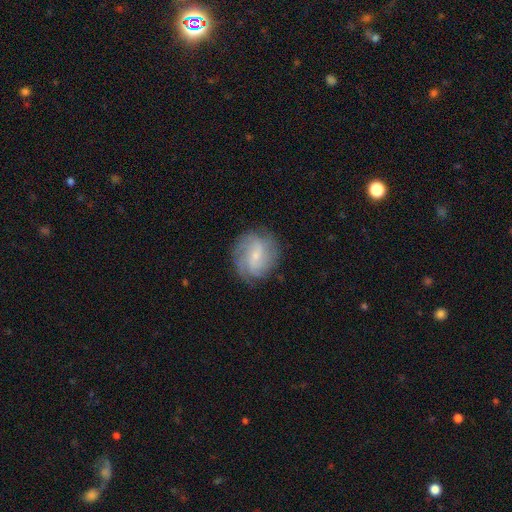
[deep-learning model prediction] Smooth or featured? Predicted: featured or disk (p=0.65). Edge-on disk? Predicted: no (p=0.97). Bar? Predicted: weak (p=0.49). Spiral arms? Predicted: yes (p=0.89). Spiral winding? Predicted: tight (p=0.45). Spiral arm count? Predicted: can't tell (p=0.38). Bulge size? Predicted: small (p=0.71). Merging? Predicted: none (p=0.77).